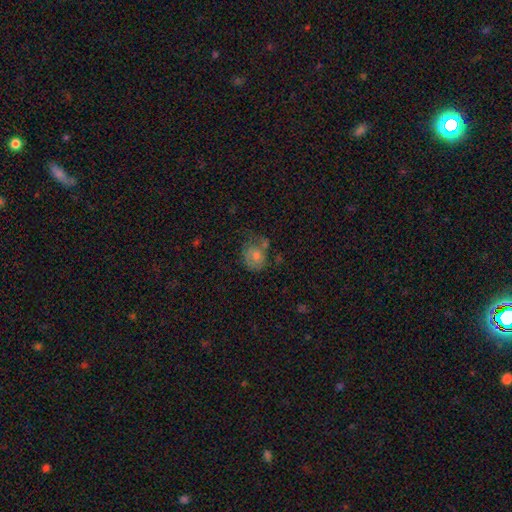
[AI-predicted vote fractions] Smooth or featured?
  - smooth: 50% *
  - featured or disk: 35%
  - star or artifact: 15%
How rounded?
  - round: 58% *
  - in between: 41%
  - cigar-shaped: 1%
Merging?
  - none: 47% *
  - minor disturbance: 24%
  - major disturbance: 16%
  - merger: 12%